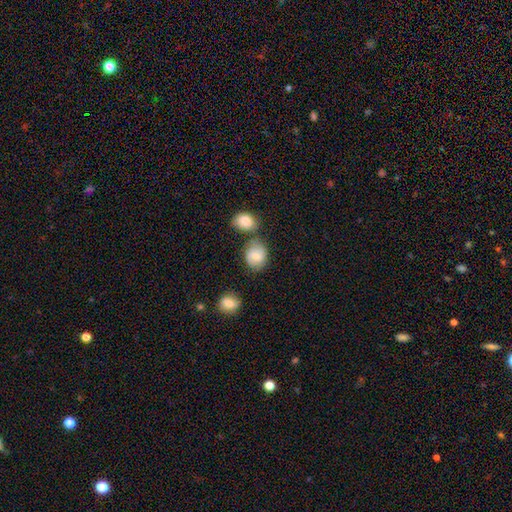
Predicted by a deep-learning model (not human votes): Smooth or featured? smooth (73%)
How rounded? round (62%)
Merging? none (59%)